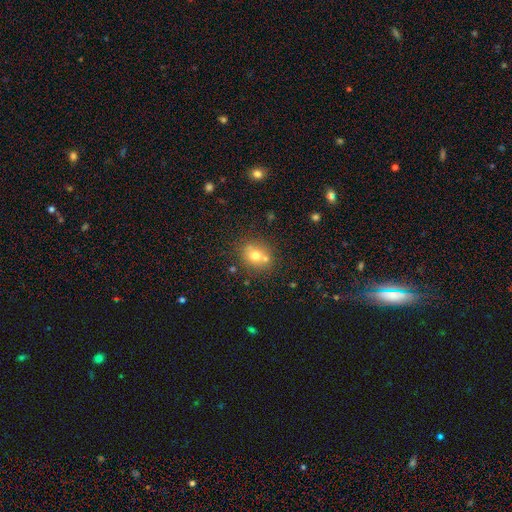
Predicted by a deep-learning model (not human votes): The model was most divided on "merging": none: 60%, merger: 24%, minor disturbance: 12%, major disturbance: 4%. More confident: how rounded — round (73%); smooth or featured — smooth (69%).